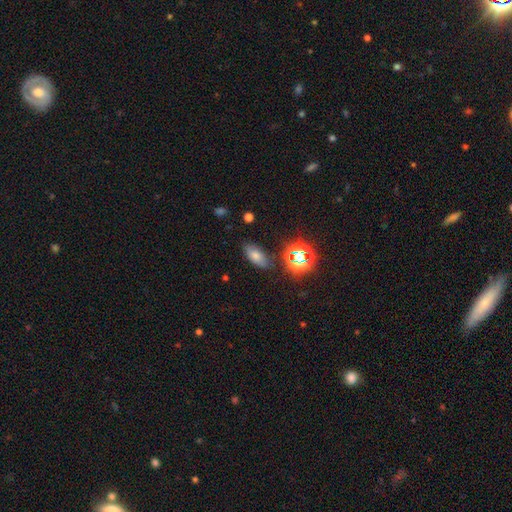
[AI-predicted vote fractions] smooth_or_featured: smooth (p=0.55) [alt: star or artifact p=0.30]
how_rounded: in between (p=0.82) [alt: round p=0.10]
merging: none (p=0.83) [alt: minor disturbance p=0.11]